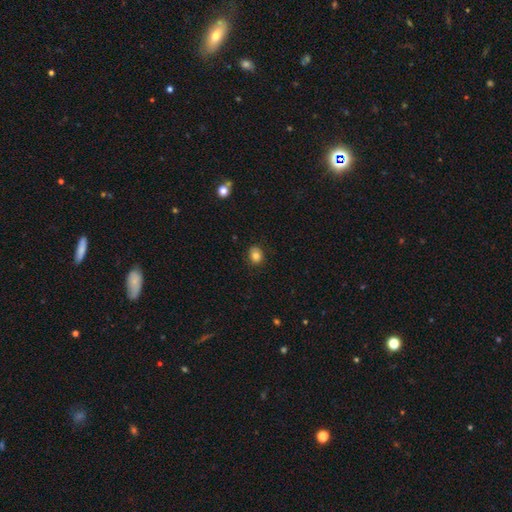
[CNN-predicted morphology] This is clearly a smooth galaxy (83%). How rounded: possibly round (57%). Merging: clearly none (82%).